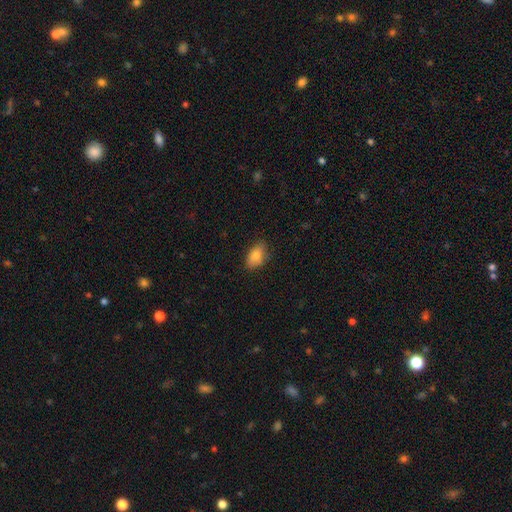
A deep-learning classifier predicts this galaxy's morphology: Q: Smooth or featured?
A: smooth (81%); runner-up: featured or disk (11%)
Q: How rounded?
A: in between (89%); runner-up: round (7%)
Q: Merging?
A: none (79%); runner-up: minor disturbance (17%)